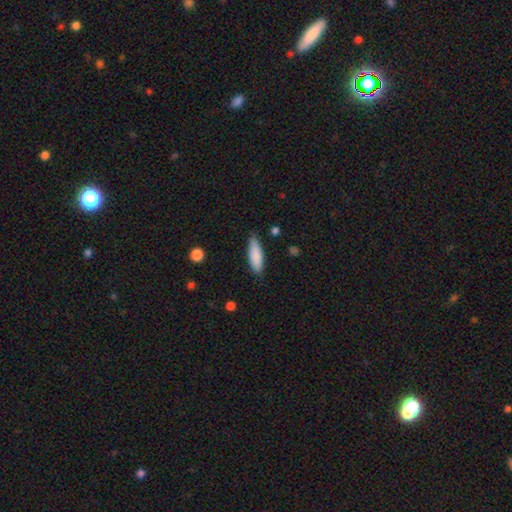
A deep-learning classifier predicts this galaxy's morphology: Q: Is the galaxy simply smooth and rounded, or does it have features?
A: smooth — 86%.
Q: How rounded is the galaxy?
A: in between — 53%.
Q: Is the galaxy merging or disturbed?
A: none — 81%.